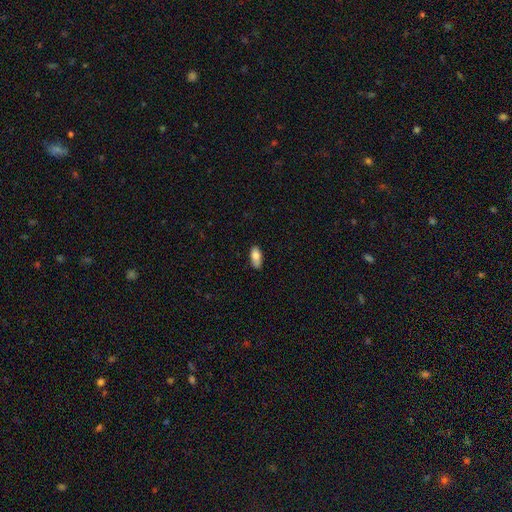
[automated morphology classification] smooth-or-featured: smooth: 82% | featured or disk: 11% | star or artifact: 7%
  how-rounded: in between: 89% | cigar-shaped: 8% | round: 3%
  merging: none: 81% | minor disturbance: 15% | major disturbance: 2% | merger: 1%